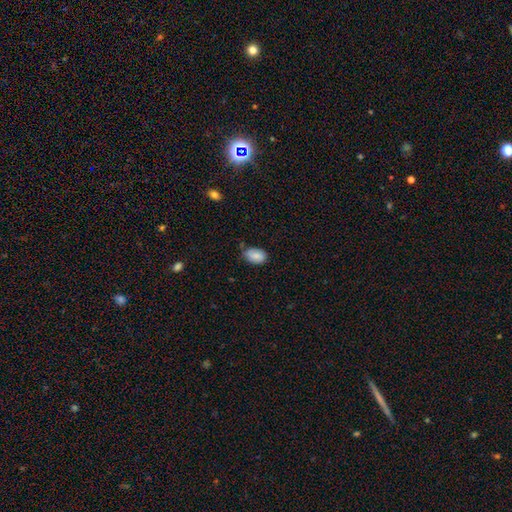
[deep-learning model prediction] Smooth or featured: smooth — 84% (featured or disk — 9%)
How rounded: in between — 89% (round — 10%)
Merging: none — 61% (minor disturbance — 32%)